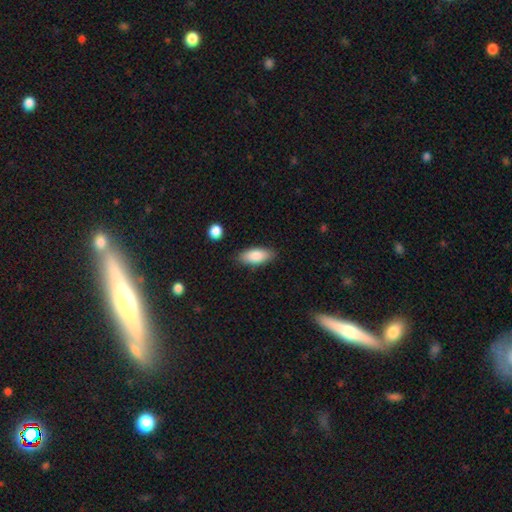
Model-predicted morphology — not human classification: Smooth or featured?
  - smooth: 85% *
  - featured or disk: 9%
  - star or artifact: 6%
How rounded?
  - in between: 84% *
  - cigar-shaped: 14%
  - round: 2%
Merging?
  - none: 85% *
  - minor disturbance: 11%
  - major disturbance: 2%
  - merger: 2%